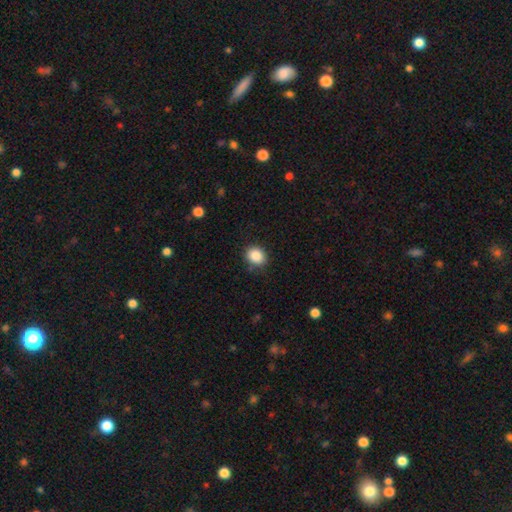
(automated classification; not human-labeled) smooth_or_featured: smooth (p=0.87) [alt: star or artifact p=0.09]
how_rounded: round (p=0.56) [alt: in between p=0.43]
merging: none (p=0.85) [alt: minor disturbance p=0.11]